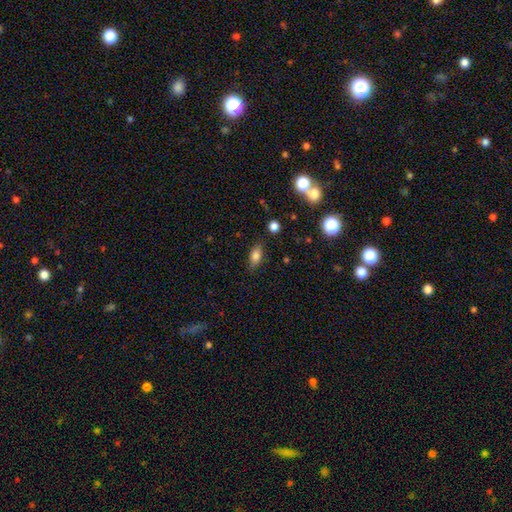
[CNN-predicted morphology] A smooth galaxy with no disk features (81%) that is in between round and cigar-shaped (84%). Merging: none (82%).